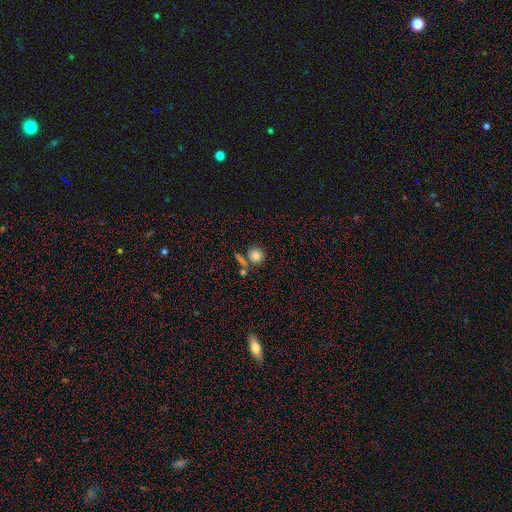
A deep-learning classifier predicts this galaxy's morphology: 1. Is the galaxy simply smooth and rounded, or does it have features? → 79% smooth, 11% star or artifact, 10% featured or disk.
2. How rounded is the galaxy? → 86% round, 13% in between, 1% cigar-shaped.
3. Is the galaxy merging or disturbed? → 66% none, 18% merger, 12% minor disturbance, 4% major disturbance.